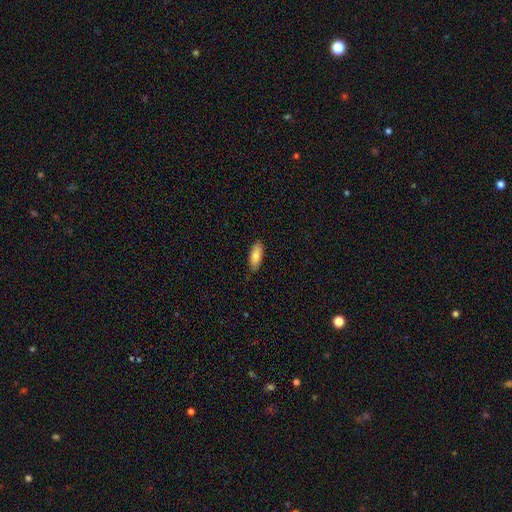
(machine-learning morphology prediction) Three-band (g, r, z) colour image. It shows a smooth galaxy with no disk features (79%) that is in between round and cigar-shaped (81%). Merging: none (85%).